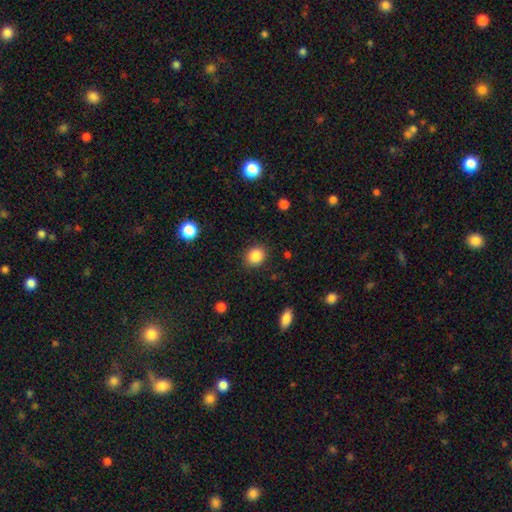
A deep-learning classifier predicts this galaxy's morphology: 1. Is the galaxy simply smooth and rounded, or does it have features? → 86% smooth, 10% star or artifact, 4% featured or disk.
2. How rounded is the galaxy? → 75% round, 24% in between, 1% cigar-shaped.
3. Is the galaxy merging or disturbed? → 88% none, 8% minor disturbance, 3% major disturbance, 1% merger.